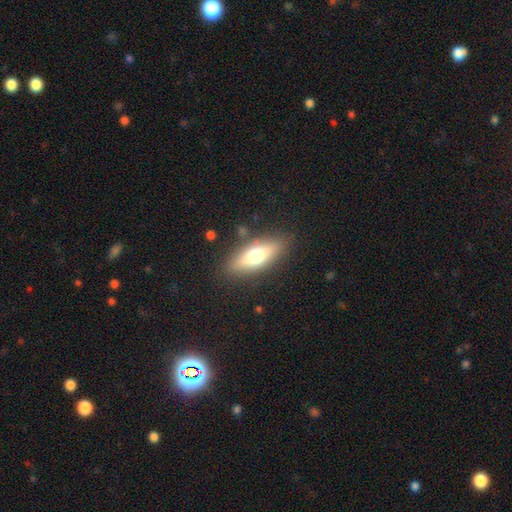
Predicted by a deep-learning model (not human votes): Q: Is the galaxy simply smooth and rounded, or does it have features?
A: smooth — 56%.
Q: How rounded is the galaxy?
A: in between — 60%.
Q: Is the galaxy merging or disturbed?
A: none — 85%.